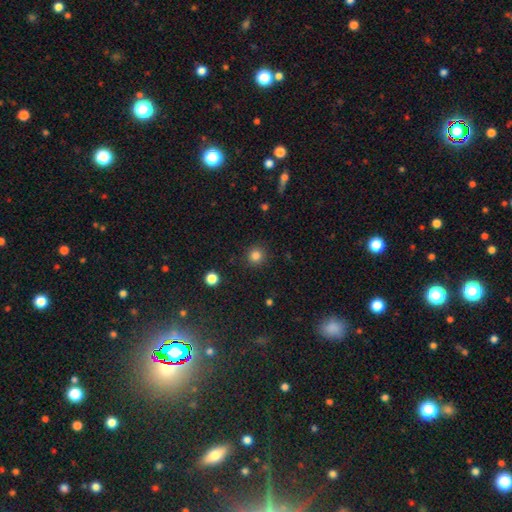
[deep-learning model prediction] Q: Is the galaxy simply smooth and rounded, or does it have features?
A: smooth — 83%.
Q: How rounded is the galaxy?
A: round — 93%.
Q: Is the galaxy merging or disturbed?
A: none — 90%.